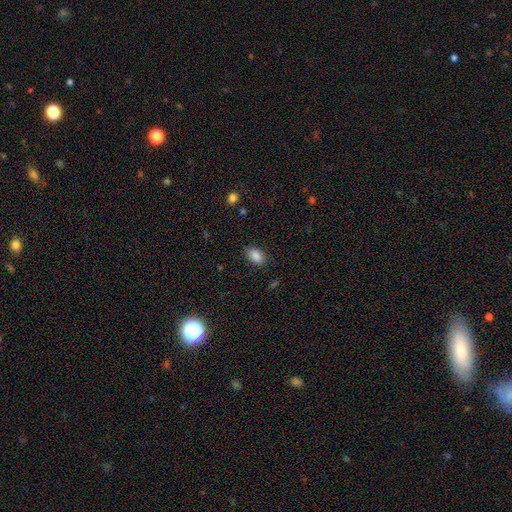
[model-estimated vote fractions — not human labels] A smooth galaxy with no disk features (87%) that is in between round and cigar-shaped (88%). Merging: none (81%).